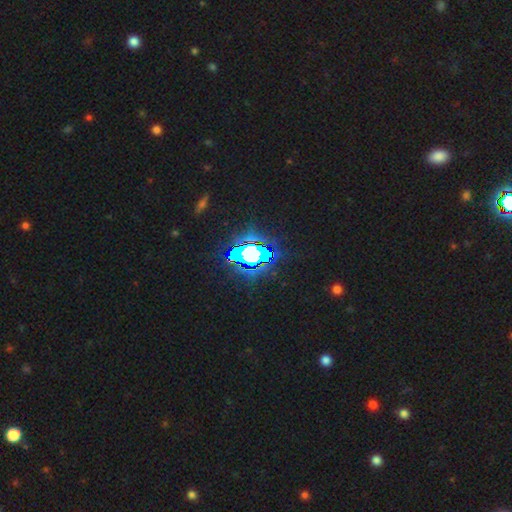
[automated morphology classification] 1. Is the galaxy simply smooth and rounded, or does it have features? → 71% star or artifact, 15% featured or disk, 14% smooth.